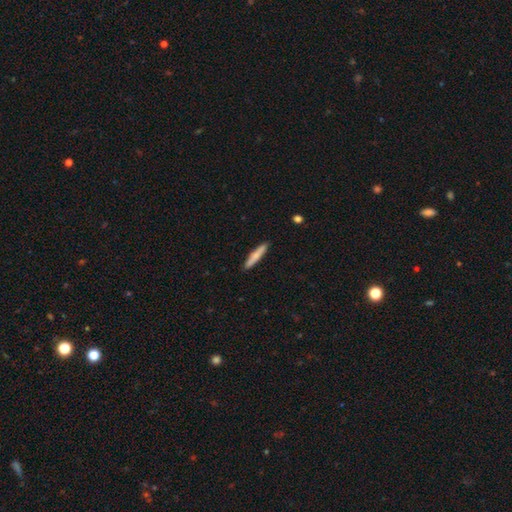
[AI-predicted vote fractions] Q: Smooth or featured?
A: smooth (75%); runner-up: featured or disk (20%)
Q: How rounded?
A: cigar-shaped (92%); runner-up: in between (6%)
Q: Merging?
A: none (90%); runner-up: minor disturbance (7%)